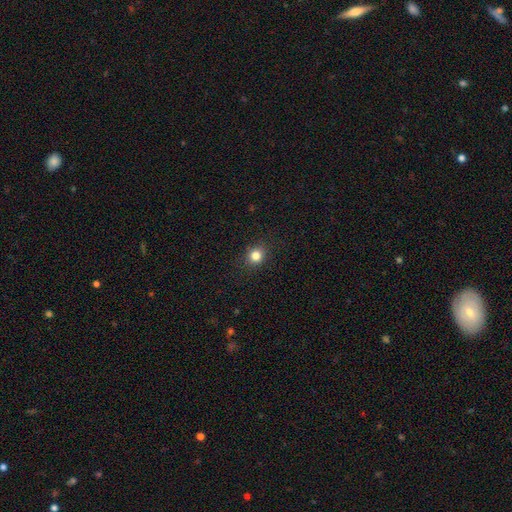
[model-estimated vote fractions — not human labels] Overall: smooth (82%). How rounded: round (83%). Merging: none (89%).